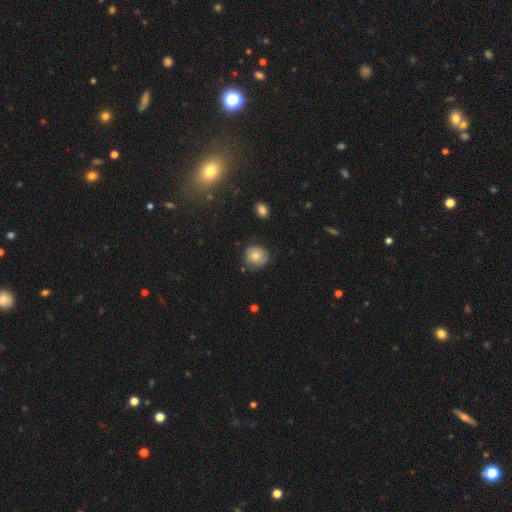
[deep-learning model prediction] Smooth or featured? smooth (72%)
How rounded? round (87%)
Merging? none (77%)